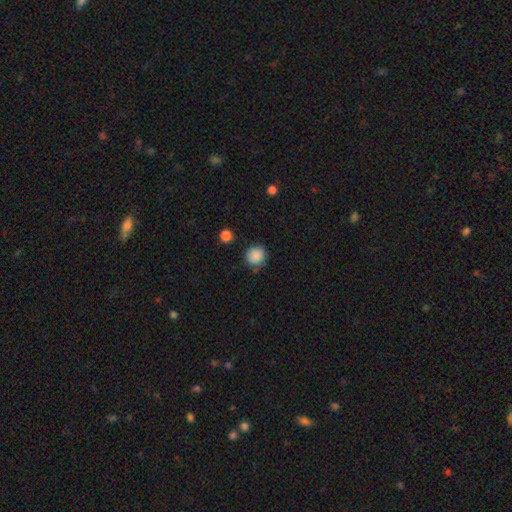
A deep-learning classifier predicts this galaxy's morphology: type=smooth (87%); roundness=round (91%); merging=none (84%).